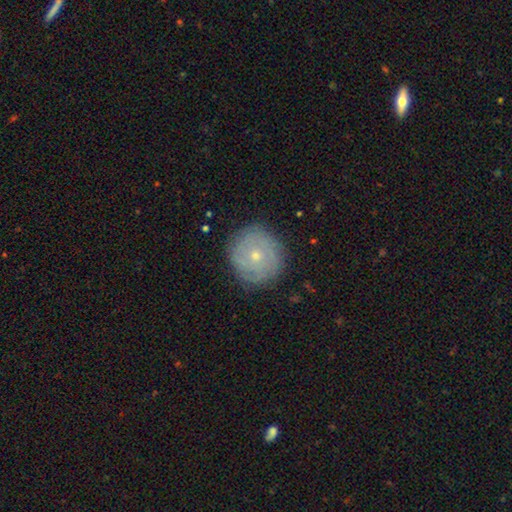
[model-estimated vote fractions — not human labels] Smooth or featured? featured or disk (56%)
Edge-on disk? no (97%)
Bar? no (86%)
Spiral arms? yes (72%)
Bulge size? small (66%)
Merging? none (83%)